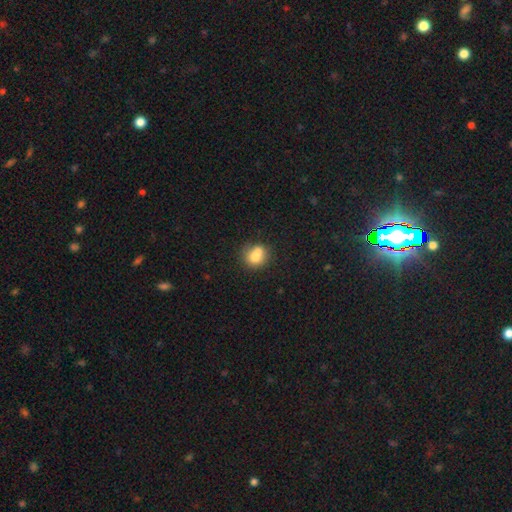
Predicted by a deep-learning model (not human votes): Overall: smooth (74%). How rounded: round (71%). Merging: merger (42%; none 40%).